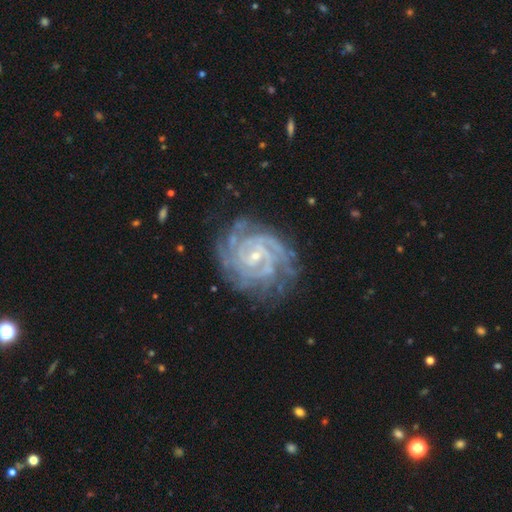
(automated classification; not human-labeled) smooth-or-featured: featured or disk: 91% | star or artifact: 5% | smooth: 4%
  disk-edge-on: no: 98% | yes: 2%
    bar: no: 54% | weak: 33% | strong: 12%
    has-spiral-arms: yes: 98% | no: 2%
      spiral-winding: tight: 78% | medium: 19% | loose: 2%
      spiral-arm-count: 2: 22% | 3: 21% | 4: 21% | can't tell: 18% | more than 4: 10% | 1: 7%
    bulge-size: small: 80% | moderate: 17% | none: 2% | large: 1% | dominant: 1%
  merging: none: 74% | minor disturbance: 18% | major disturbance: 7% | merger: 2%